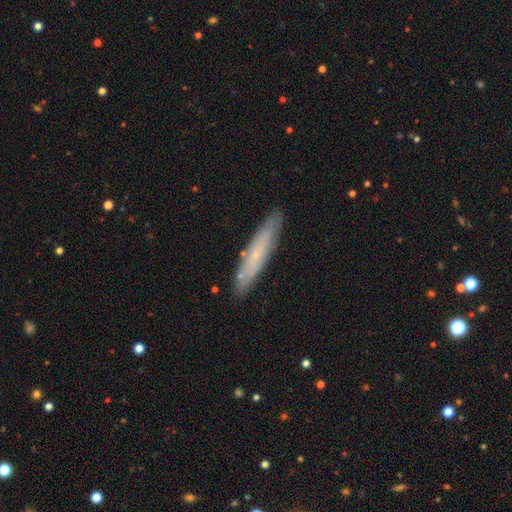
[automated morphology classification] The model was most divided on "smooth or featured": smooth: 50%, featured or disk: 42%, star or artifact: 8%. More confident: merging — none (88%).